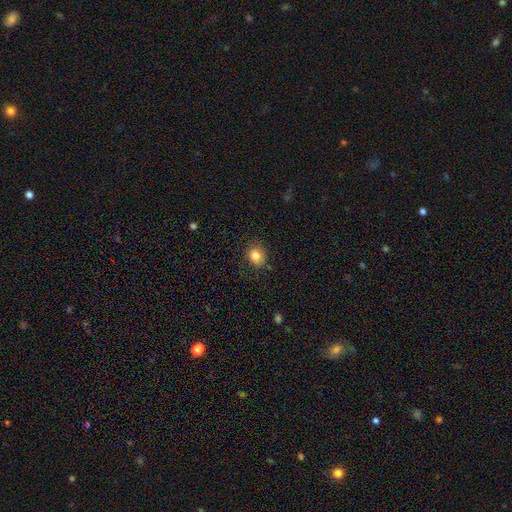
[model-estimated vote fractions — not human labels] Morphology: type=smooth (83%); roundness=round (68%); merging=none (83%).